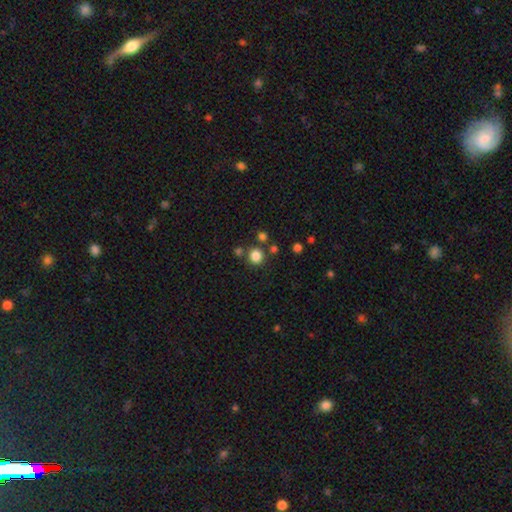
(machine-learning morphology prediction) smooth 83%, star or artifact 13%, featured or disk 4%. Down the decision tree: how rounded — round (89%); merging — none (78%).